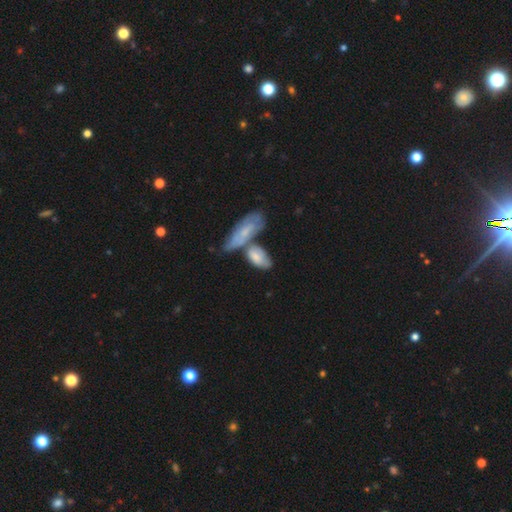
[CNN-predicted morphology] A smooth galaxy with no disk features (54%) that is in between round and cigar-shaped (78%). Merging: merger (43%).